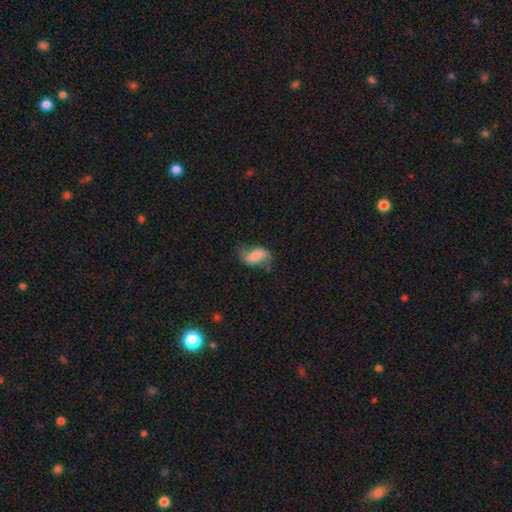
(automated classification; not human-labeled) This is likely a smooth galaxy (60%). How rounded: clearly in between (90%). Merging: possibly none (47%).